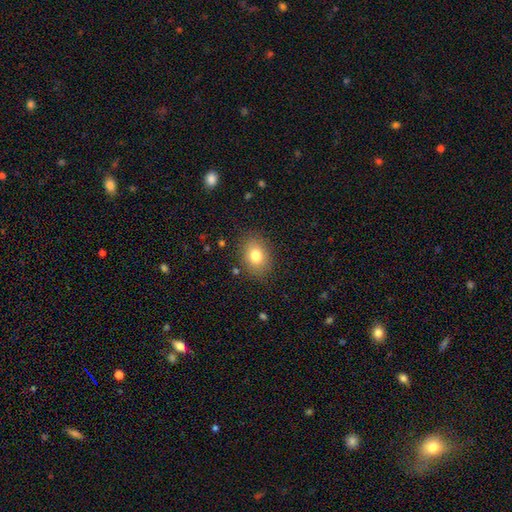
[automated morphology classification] A smooth galaxy with no disk features (79%) that is in between round and cigar-shaped (67%).

Vote fractions:
- Smooth or featured? smooth: 79% / featured or disk: 11% / star or artifact: 10%
- How rounded? in between: 67% / round: 32% / cigar-shaped: 1%
- Merging? none: 84% / minor disturbance: 11% / major disturbance: 3% / merger: 1%